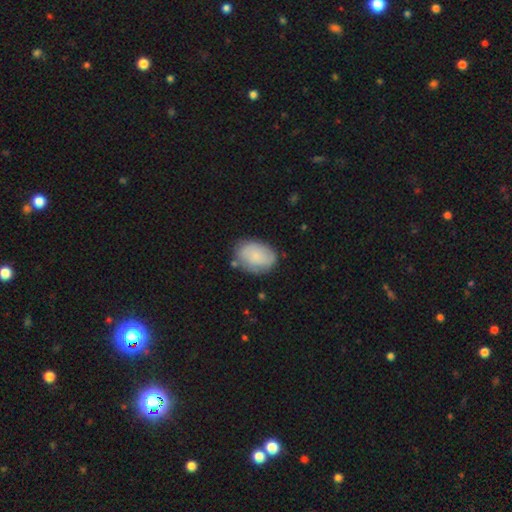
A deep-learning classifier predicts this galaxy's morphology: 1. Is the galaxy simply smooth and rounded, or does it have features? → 71% smooth, 23% featured or disk, 7% star or artifact.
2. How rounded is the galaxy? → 79% in between, 20% round, 1% cigar-shaped.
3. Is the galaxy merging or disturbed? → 72% none, 20% minor disturbance, 5% major disturbance, 3% merger.